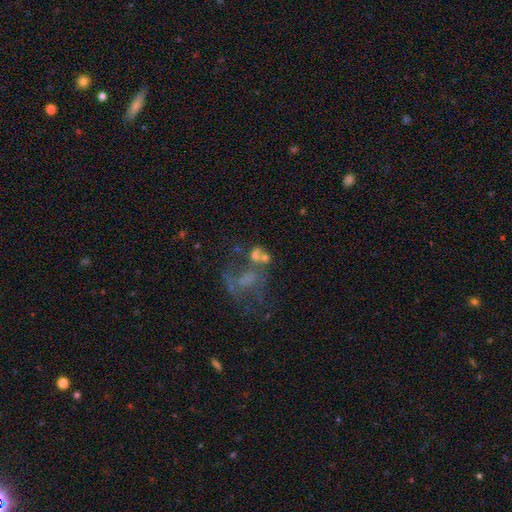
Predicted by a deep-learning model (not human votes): The model was most divided on "merging": none: 31%, major disturbance: 28%, merger: 28%, minor disturbance: 13%. Remaining: smooth or featured — featured or disk (49%).